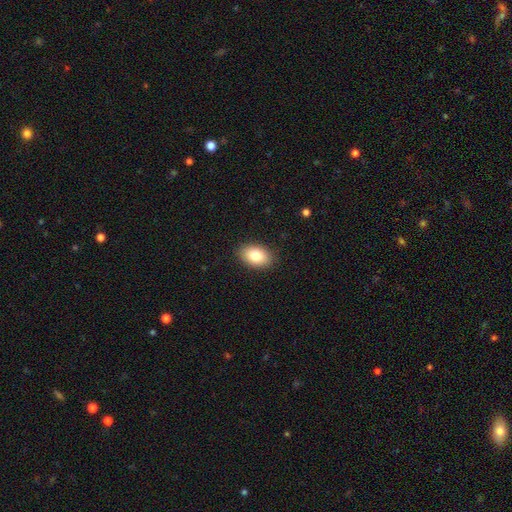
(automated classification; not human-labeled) The model was most divided on "smooth or featured": smooth: 82%, featured or disk: 10%, star or artifact: 8%. More confident: merging — none (89%); how rounded — in between (87%).